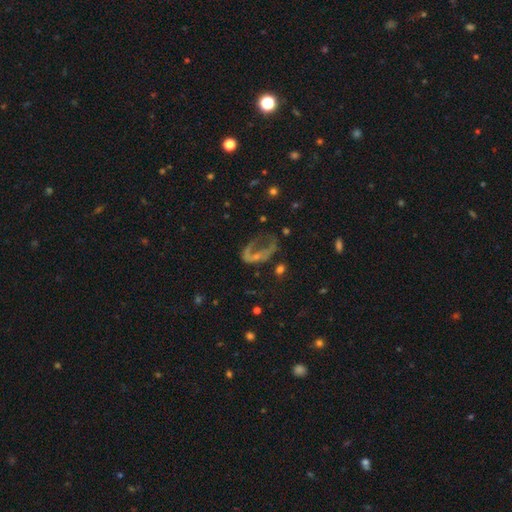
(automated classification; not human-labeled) Q: Smooth or featured?
A: featured or disk (56%); runner-up: smooth (26%)
Q: Edge-on disk?
A: no (96%); runner-up: yes (4%)
Q: Bar?
A: no (77%); runner-up: weak (16%)
Q: Spiral arms?
A: no (62%); runner-up: yes (38%)
Q: Bulge size?
A: none (44%); runner-up: small (41%)
Q: Merging?
A: major disturbance (57%); runner-up: none (23%)